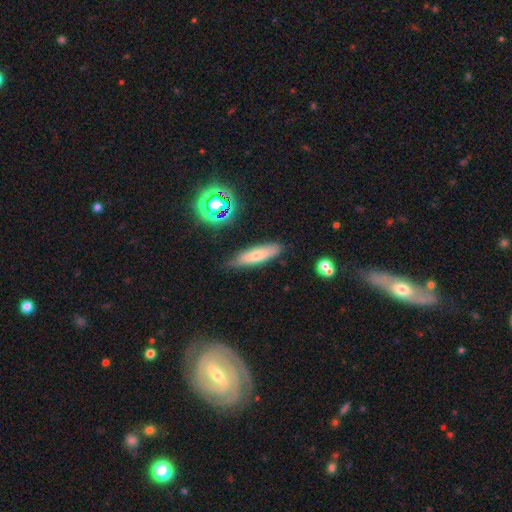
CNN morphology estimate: A smooth galaxy with no disk features (61%) that is cigar-shaped (69%). Merging: none (79%).